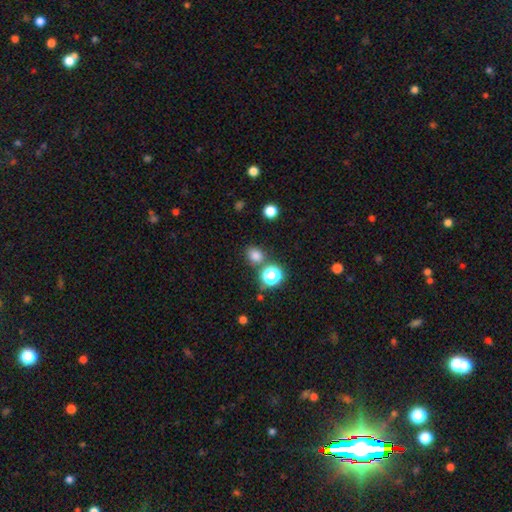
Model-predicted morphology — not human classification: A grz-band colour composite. It shows a smooth galaxy with no disk features (76%) that is round (70%). Merging: none (76%).